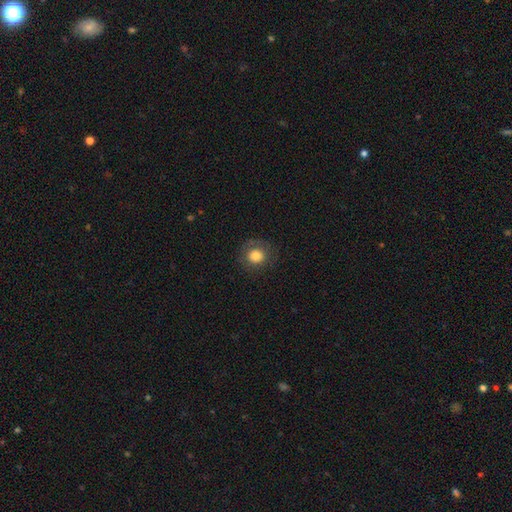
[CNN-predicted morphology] Smooth or featured: smooth — 79% (featured or disk — 12%)
How rounded: round — 87% (in between — 12%)
Merging: none — 78% (minor disturbance — 14%)